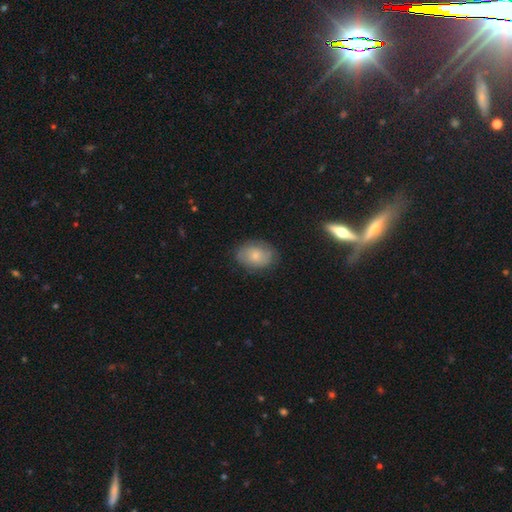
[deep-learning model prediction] Smooth or featured: smooth — 72% (featured or disk — 20%)
How rounded: in between — 74% (round — 25%)
Merging: none — 79% (minor disturbance — 15%)